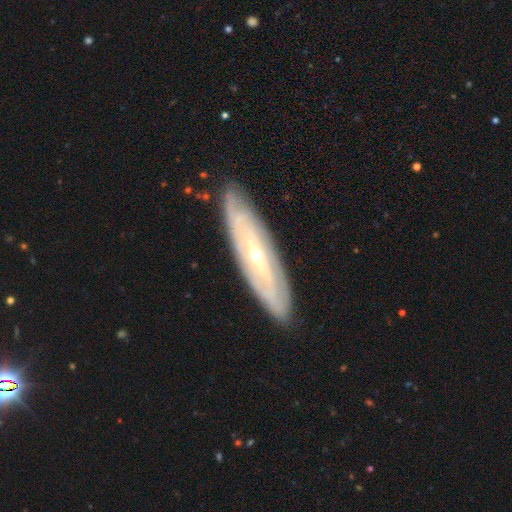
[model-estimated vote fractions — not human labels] This is likely a featured or disk galaxy (78%). It is likely not viewed edge-on (71%). Bar: likely no (67%). Spiral arm pattern: clearly yes (81%). Central bulge: likely small (63%). Merging: clearly none (84%).